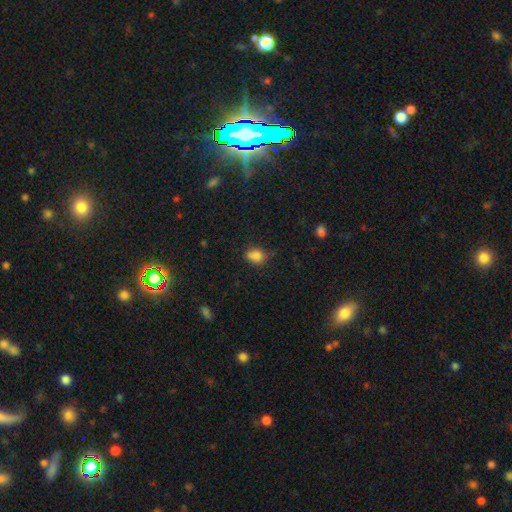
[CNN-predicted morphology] Smooth or featured?
  - smooth: 81% *
  - star or artifact: 12%
  - featured or disk: 7%
How rounded?
  - in between: 56% *
  - round: 42%
  - cigar-shaped: 2%
Merging?
  - none: 60% *
  - minor disturbance: 27%
  - major disturbance: 7%
  - merger: 6%